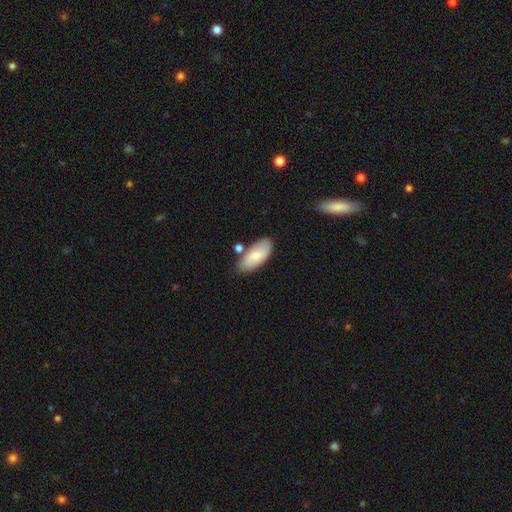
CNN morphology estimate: Smooth or featured: smooth — 76% (featured or disk — 18%)
How rounded: in between — 89% (cigar-shaped — 8%)
Merging: none — 71% (minor disturbance — 16%)